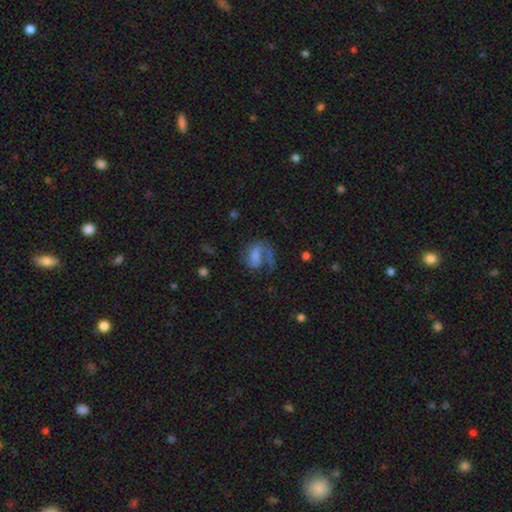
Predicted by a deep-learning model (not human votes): Smooth or featured?
  - featured or disk: 53% *
  - smooth: 37%
  - star or artifact: 11%
Edge-on disk?
  - no: 97% *
  - yes: 3%
Bar?
  - no: 42% *
  - weak: 37%
  - strong: 21%
Spiral arms?
  - yes: 77% *
  - no: 23%
Bulge size?
  - none: 36% *
  - moderate: 23%
  - small: 20%
  - large: 17%
  - dominant: 4%
Merging?
  - major disturbance: 40% *
  - none: 37%
  - minor disturbance: 18%
  - merger: 5%